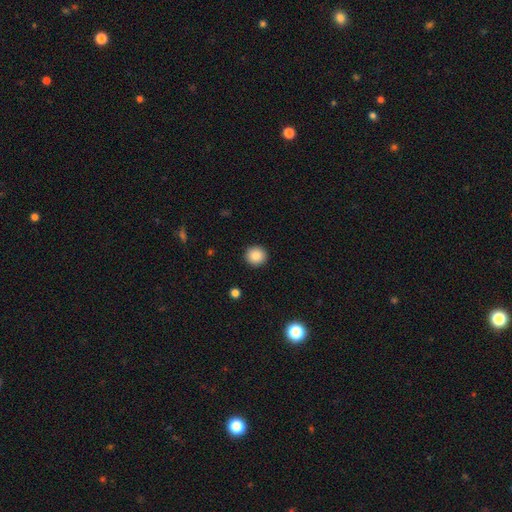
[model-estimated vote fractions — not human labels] smooth_or_featured: smooth (p=0.86) [alt: star or artifact p=0.09]
how_rounded: round (p=0.92) [alt: in between p=0.07]
merging: none (p=0.92) [alt: minor disturbance p=0.05]